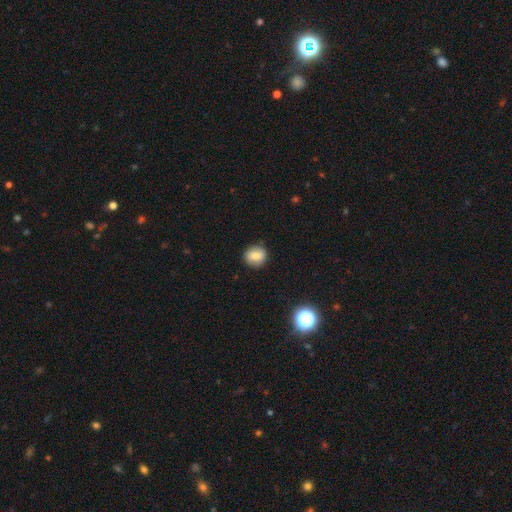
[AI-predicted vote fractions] Smooth or featured: smooth — 79% (featured or disk — 11%)
How rounded: round — 80% (in between — 19%)
Merging: none — 88% (minor disturbance — 9%)